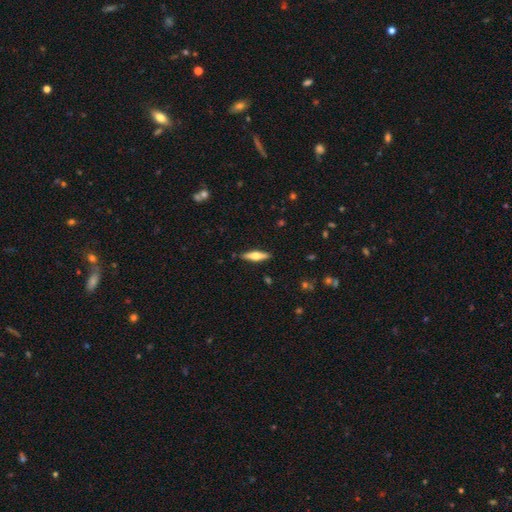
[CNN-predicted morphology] type=featured or disk (49%); merging=none (89%).